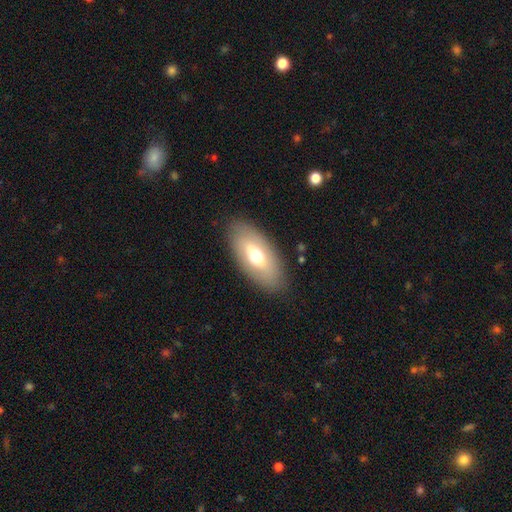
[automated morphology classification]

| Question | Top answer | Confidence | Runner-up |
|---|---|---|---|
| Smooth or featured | smooth | 58% | featured or disk (35%) |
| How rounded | in between | 91% | cigar-shaped (5%) |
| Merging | none | 85% | minor disturbance (10%) |